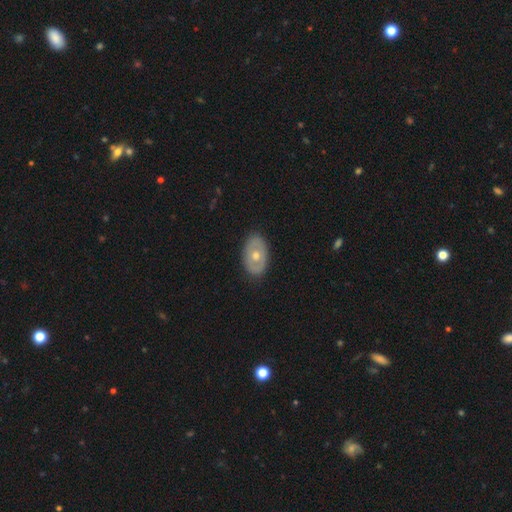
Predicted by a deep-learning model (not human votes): Smooth or featured? Predicted: featured or disk (p=0.49). Merging? Predicted: none (p=0.85).